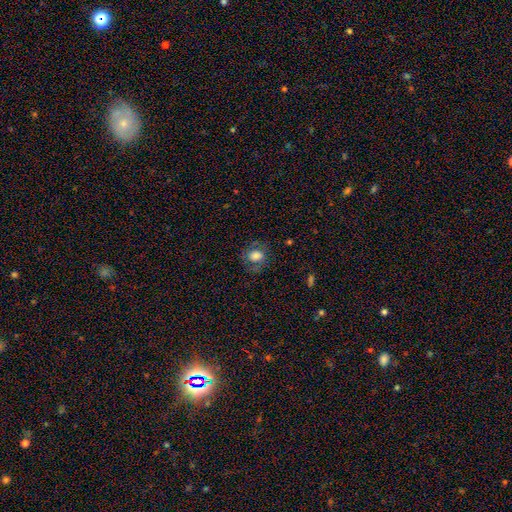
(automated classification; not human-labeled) smooth-or-featured: smooth: 69% | featured or disk: 21% | star or artifact: 11%
  how-rounded: round: 61% | in between: 38% | cigar-shaped: 1%
  merging: none: 70% | minor disturbance: 18% | major disturbance: 10% | merger: 2%